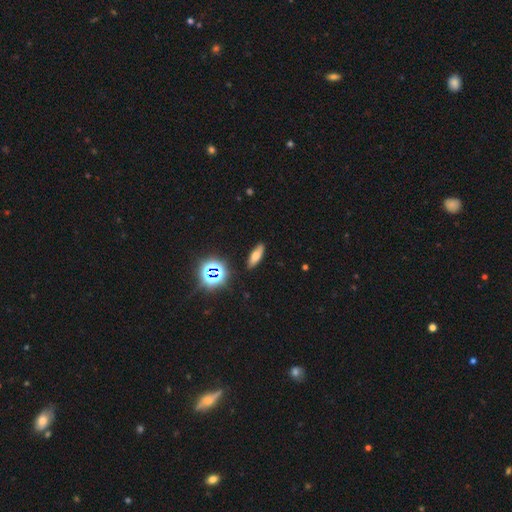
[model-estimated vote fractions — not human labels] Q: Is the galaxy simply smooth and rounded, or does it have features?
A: smooth — 60%.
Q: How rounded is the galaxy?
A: in between — 53%.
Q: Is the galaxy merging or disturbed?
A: none — 86%.